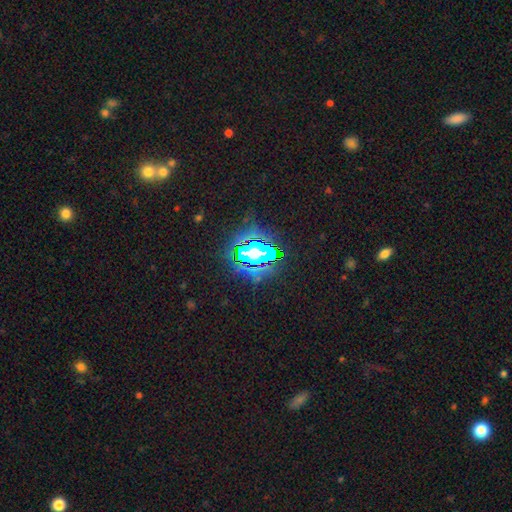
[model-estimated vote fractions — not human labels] smooth_or_featured: star or artifact (p=0.65) [alt: smooth p=0.23]